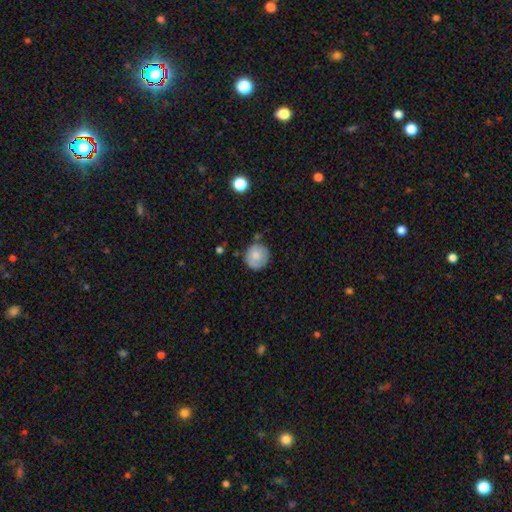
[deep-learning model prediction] This appears to be a smooth galaxy with no disk features (82%) that is round (91%). Merging: none (73%).